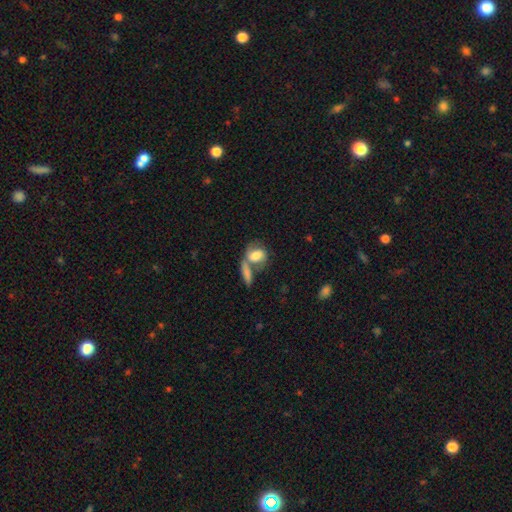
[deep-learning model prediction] Smooth or featured: smooth — 68% (featured or disk — 24%)
How rounded: in between — 66% (round — 30%)
Merging: merger — 49% (none — 29%)